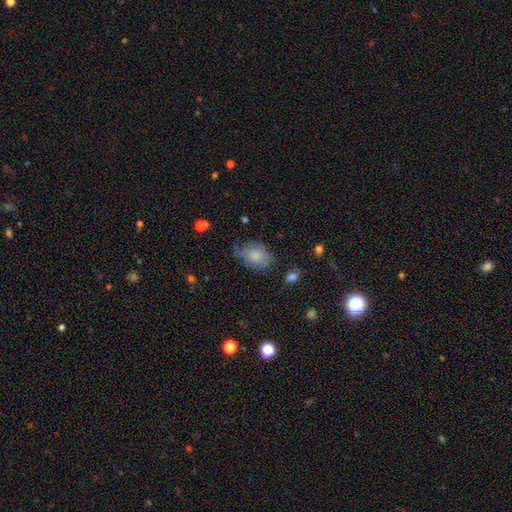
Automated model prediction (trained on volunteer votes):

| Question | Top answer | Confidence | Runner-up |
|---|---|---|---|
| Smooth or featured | smooth | 75% | featured or disk (16%) |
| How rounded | in between | 77% | round (22%) |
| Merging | none | 59% | minor disturbance (30%) |